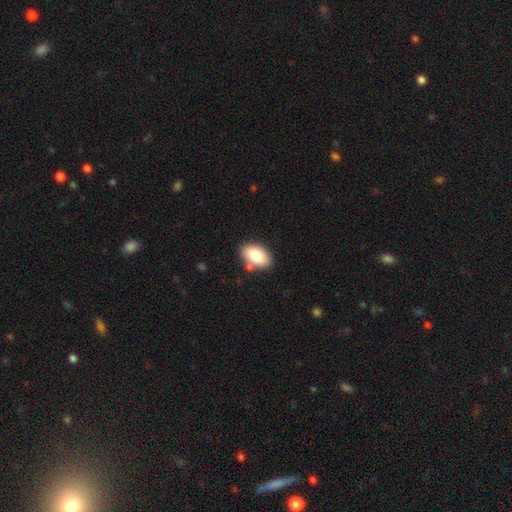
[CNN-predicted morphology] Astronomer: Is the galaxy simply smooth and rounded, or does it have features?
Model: smooth — 81%.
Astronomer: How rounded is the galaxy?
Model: in between — 91%.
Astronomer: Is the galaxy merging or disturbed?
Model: none — 78%.